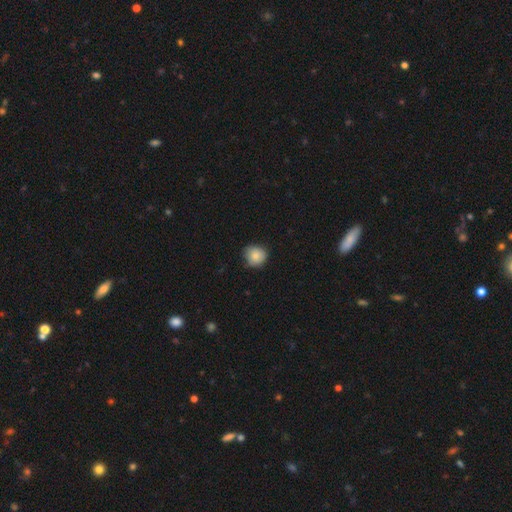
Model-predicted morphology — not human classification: Q: Smooth or featured?
A: smooth (85%); runner-up: star or artifact (8%)
Q: How rounded?
A: round (86%); runner-up: in between (13%)
Q: Merging?
A: none (76%); runner-up: minor disturbance (20%)